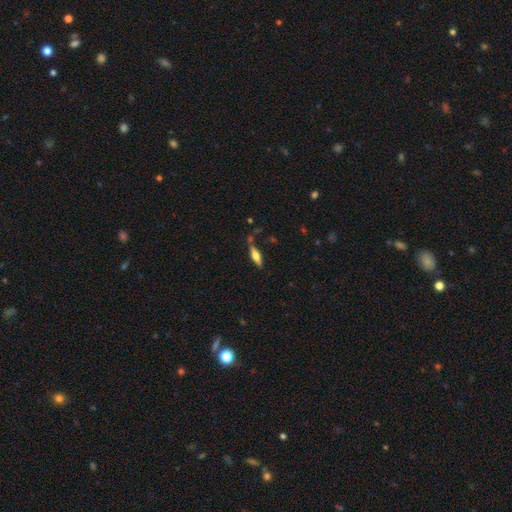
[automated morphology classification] A smooth galaxy with no disk features (50%) that is cigar-shaped (55%). Merging: none (72%).